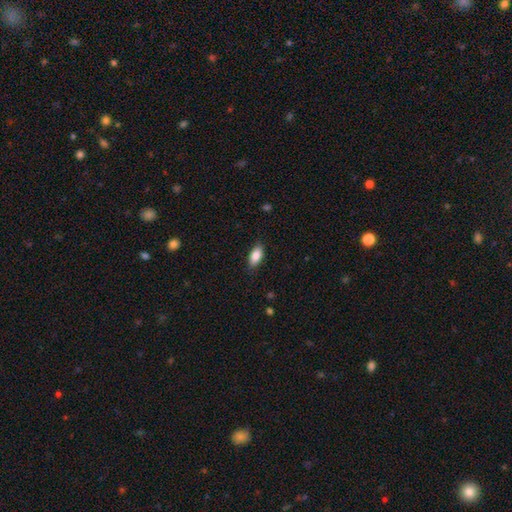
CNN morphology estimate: This appears to be a smooth galaxy with no disk features (86%) that is in between round and cigar-shaped (90%). Merging: none (84%).